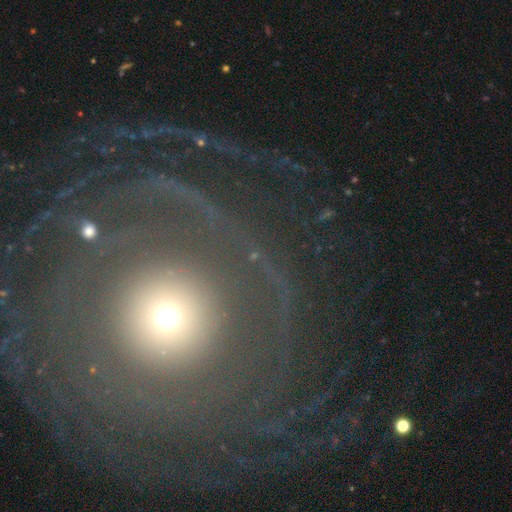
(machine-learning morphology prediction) Q: Smooth or featured?
A: featured or disk (72%); runner-up: smooth (16%)
Q: Edge-on disk?
A: no (96%); runner-up: yes (4%)
Q: Bar?
A: no (88%); runner-up: weak (8%)
Q: Spiral arms?
A: yes (76%); runner-up: no (24%)
Q: Spiral winding?
A: tight (71%); runner-up: medium (18%)
Q: Spiral arm count?
A: can't tell (30%); runner-up: more than 4 (23%)
Q: Bulge size?
A: small (50%); runner-up: moderate (37%)
Q: Merging?
A: none (76%); runner-up: major disturbance (13%)